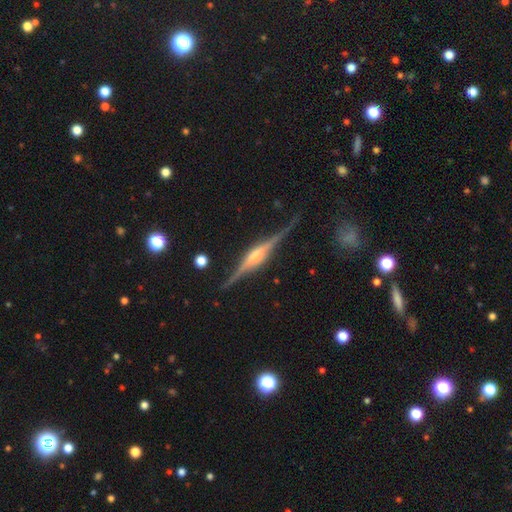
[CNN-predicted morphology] smooth_or_featured: featured or disk (p=0.88) [alt: smooth p=0.07]
disk_edge_on: yes (p=0.98) [alt: no p=0.02]
edge_on_bulge: rounded (p=0.74) [alt: boxy p=0.21]
merging: none (p=0.84) [alt: minor disturbance p=0.11]